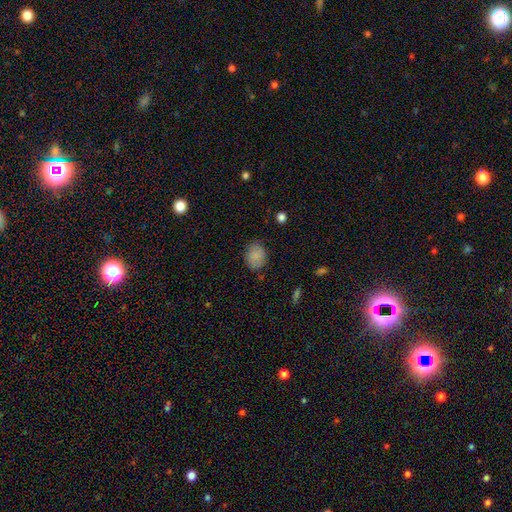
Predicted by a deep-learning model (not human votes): Smooth or featured? Predicted: smooth (p=0.81). How rounded? Predicted: in between (p=0.60). Merging? Predicted: none (p=0.79).